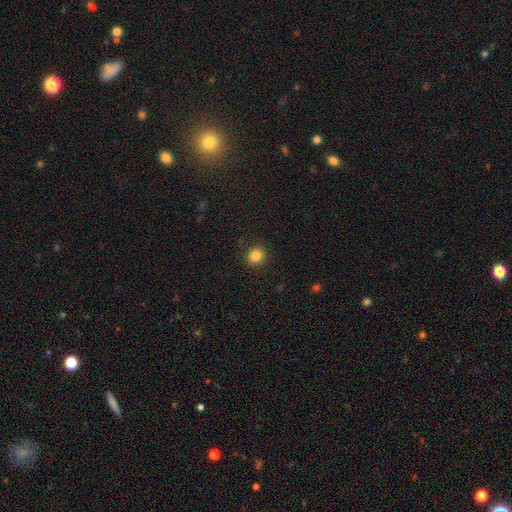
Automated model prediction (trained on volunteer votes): smooth-or-featured: smooth: 85% | star or artifact: 11% | featured or disk: 4%
  how-rounded: round: 84% | in between: 15% | cigar-shaped: 1%
  merging: none: 91% | minor disturbance: 6% | major disturbance: 2% | merger: 1%